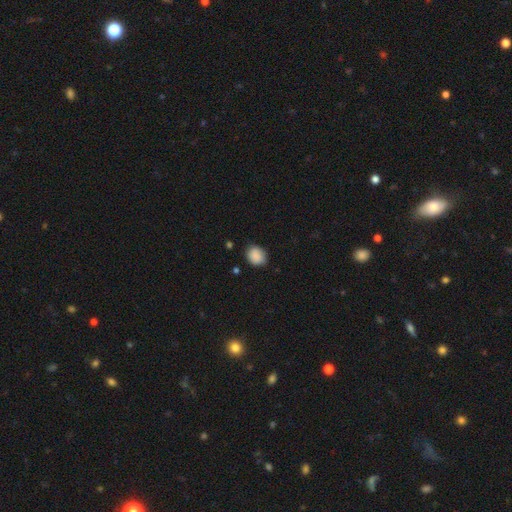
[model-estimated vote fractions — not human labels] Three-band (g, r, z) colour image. It shows a smooth galaxy with no disk features (88%) that is round (61%). Merging: none (78%).